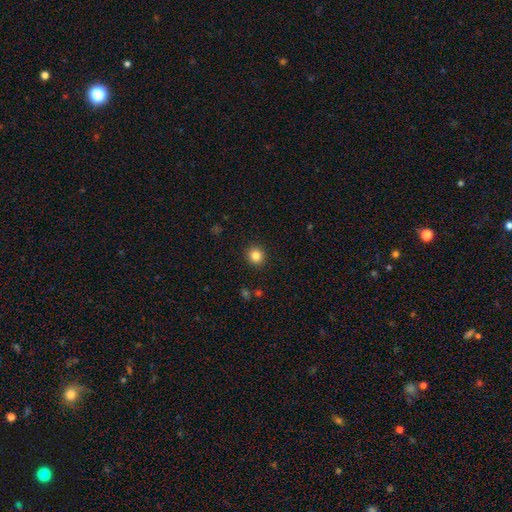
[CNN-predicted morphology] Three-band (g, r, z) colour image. It shows a smooth galaxy with no disk features (83%) that is round (92%). Merging: none (92%).